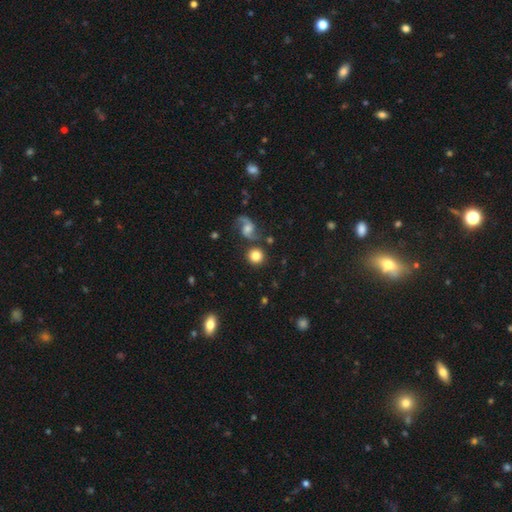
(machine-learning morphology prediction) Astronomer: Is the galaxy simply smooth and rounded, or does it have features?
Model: smooth — 73%.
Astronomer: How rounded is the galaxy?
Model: round — 93%.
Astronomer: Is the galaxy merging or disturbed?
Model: none — 80%.